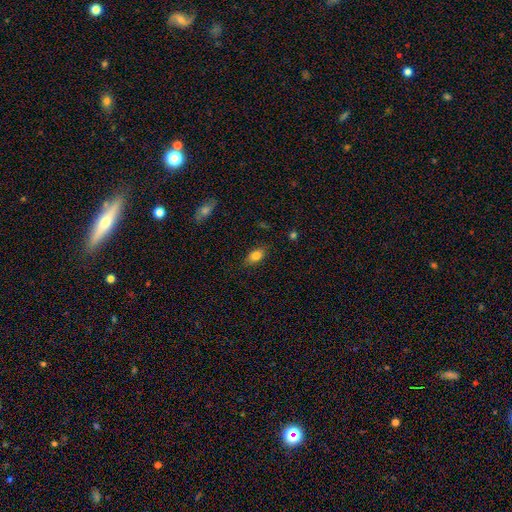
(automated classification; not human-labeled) Smooth or featured? smooth (81%)
How rounded? in between (86%)
Merging? none (84%)